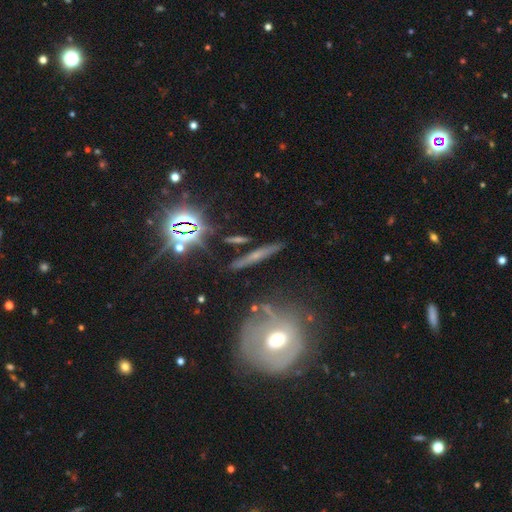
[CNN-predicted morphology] Overall: featured or disk (47%; smooth 34%). Merging: none (82%).